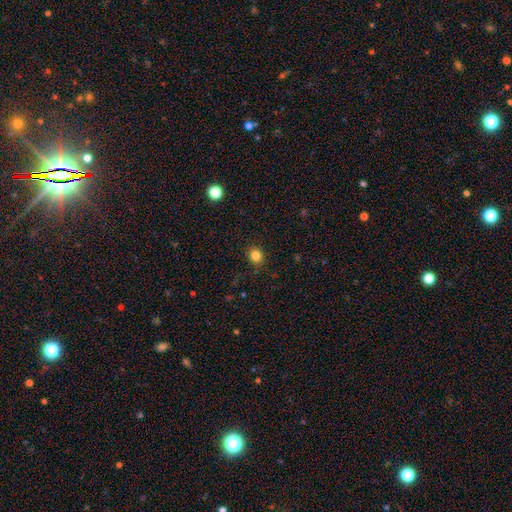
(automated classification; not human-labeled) Smooth or featured? smooth (83%)
How rounded? round (72%)
Merging? none (87%)